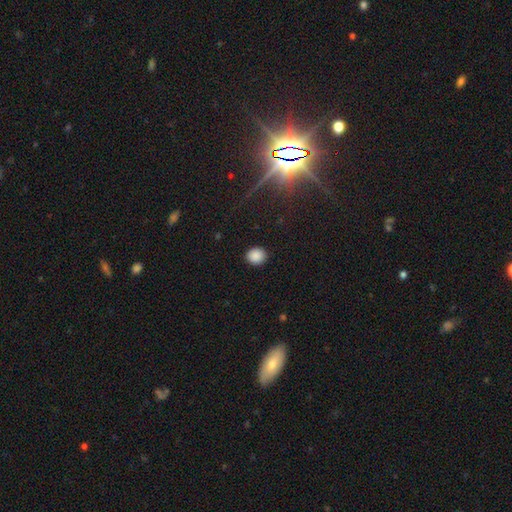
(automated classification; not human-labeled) Smooth or featured: smooth — 87% (star or artifact — 10%)
How rounded: round — 79% (in between — 20%)
Merging: none — 91% (minor disturbance — 6%)